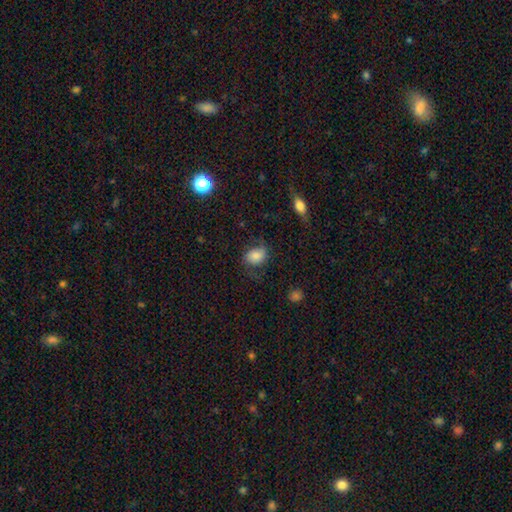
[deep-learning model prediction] smooth 65%, featured or disk 24%, star or artifact 10%. Down the decision tree: how rounded — in between (64%); merging — none (61%).